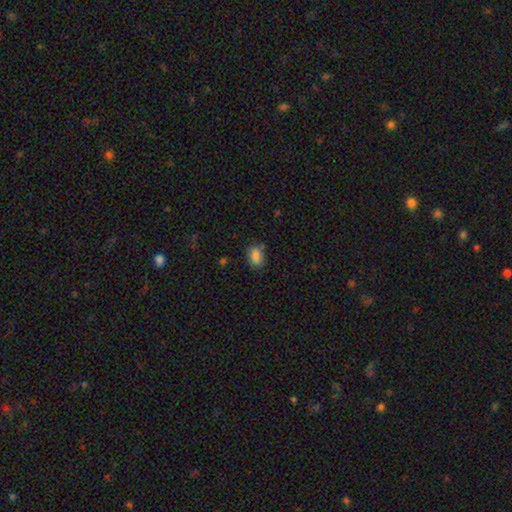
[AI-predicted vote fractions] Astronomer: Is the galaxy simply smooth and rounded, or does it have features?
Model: smooth — 85%.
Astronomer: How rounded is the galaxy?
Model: in between — 81%.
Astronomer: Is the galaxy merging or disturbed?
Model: none — 78%.